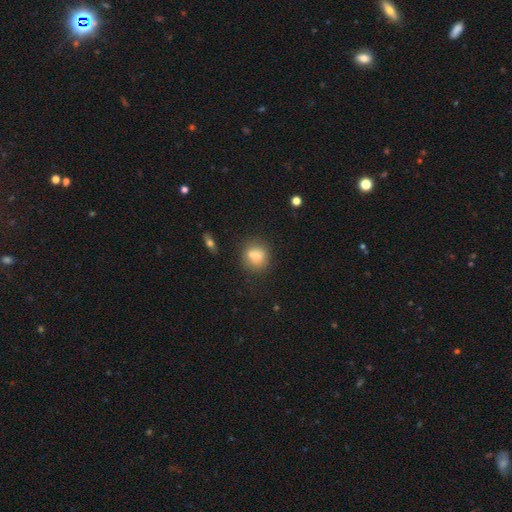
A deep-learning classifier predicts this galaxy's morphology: Smooth or featured? Predicted: smooth (p=0.78). How rounded? Predicted: round (p=0.80). Merging? Predicted: none (p=0.63).